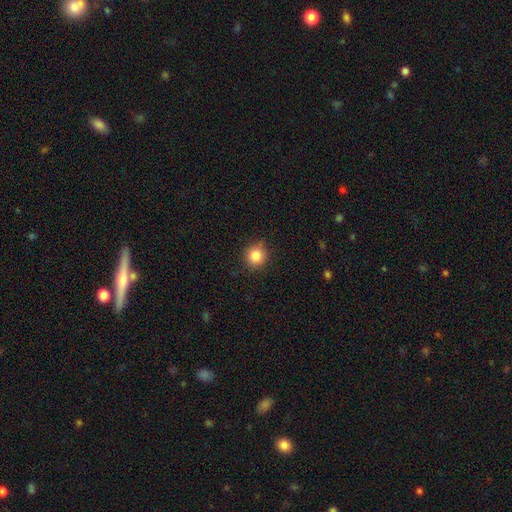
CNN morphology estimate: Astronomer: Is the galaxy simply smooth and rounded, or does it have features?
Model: smooth — 84%.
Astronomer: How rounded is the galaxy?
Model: round — 90%.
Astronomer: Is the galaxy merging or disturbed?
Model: none — 87%.